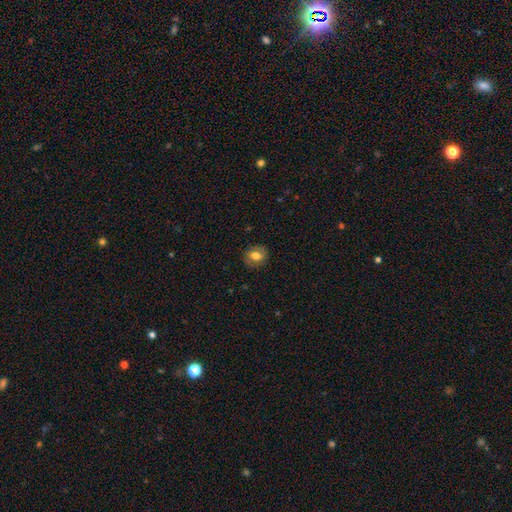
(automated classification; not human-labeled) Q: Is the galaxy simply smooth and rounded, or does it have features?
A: smooth — 71%.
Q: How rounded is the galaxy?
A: round — 59%.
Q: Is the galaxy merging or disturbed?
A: none — 84%.